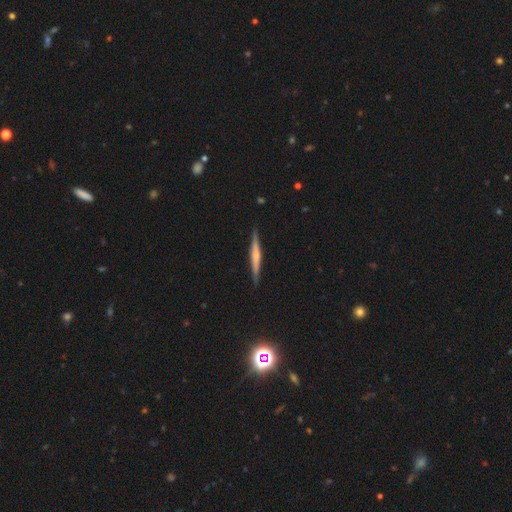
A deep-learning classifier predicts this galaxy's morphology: The model was most divided on "smooth or featured": featured or disk: 65%, smooth: 29%, star or artifact: 6%. More confident: edge-on disk — yes (98%); merging — none (90%); edge-on bulge — rounded (66%).